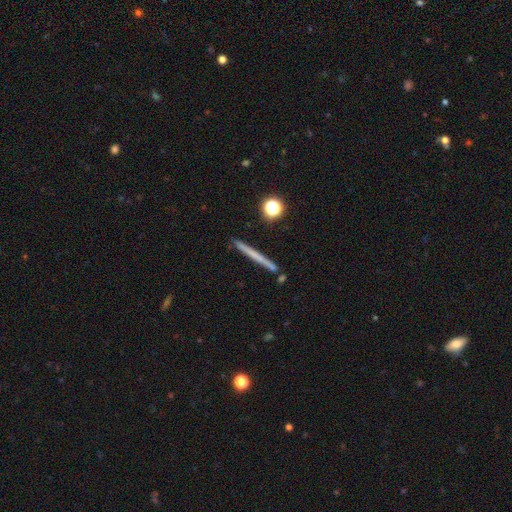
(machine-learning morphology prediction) Smooth or featured? Predicted: smooth (p=0.48). Merging? Predicted: none (p=0.88).